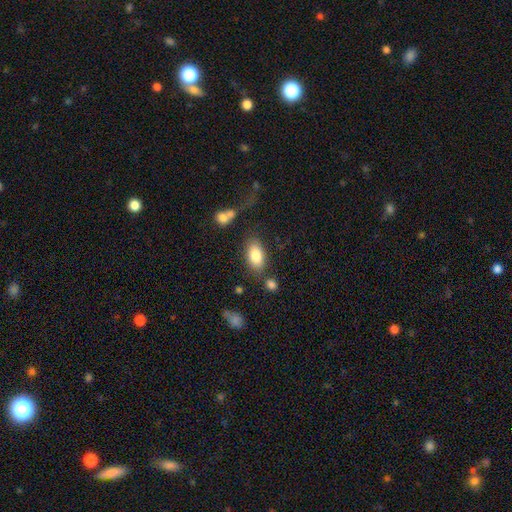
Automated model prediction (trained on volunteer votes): smooth_or_featured: smooth (p=0.83) [alt: featured or disk p=0.10]
how_rounded: in between (p=0.92) [alt: round p=0.05]
merging: none (p=0.74) [alt: minor disturbance p=0.13]